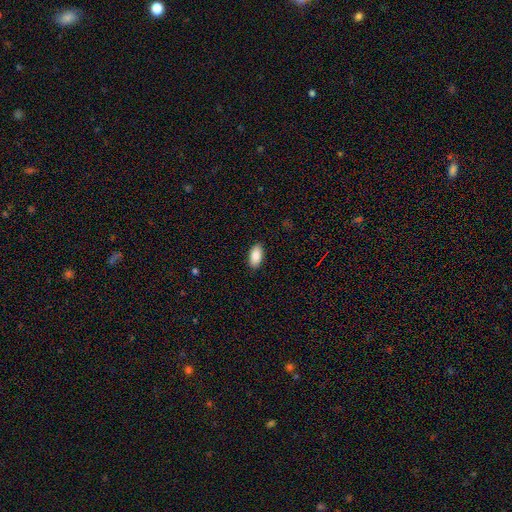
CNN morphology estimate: smooth-or-featured: smooth: 88% | star or artifact: 6% | featured or disk: 5%
  how-rounded: in between: 94% | cigar-shaped: 4% | round: 2%
  merging: none: 89% | minor disturbance: 8% | major disturbance: 2% | merger: 1%